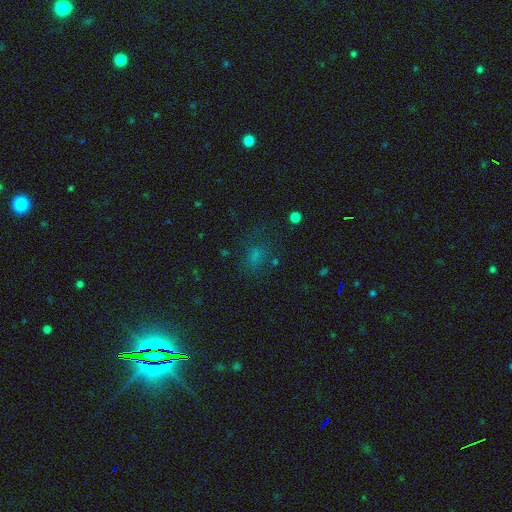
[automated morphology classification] Smooth or featured: smooth — 56% (star or artifact — 33%)
How rounded: in between — 58% (round — 39%)
Merging: none — 66% (minor disturbance — 18%)